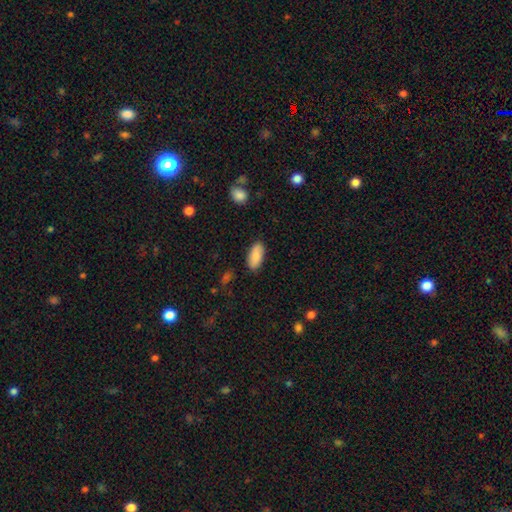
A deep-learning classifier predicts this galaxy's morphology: This is clearly a smooth galaxy (87%). How rounded: clearly in between (89%). Merging: clearly none (87%).